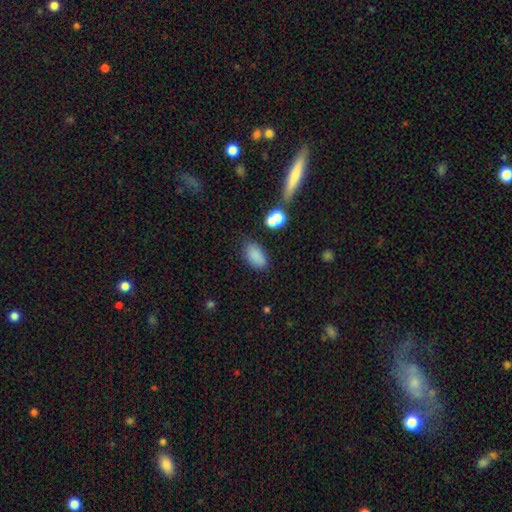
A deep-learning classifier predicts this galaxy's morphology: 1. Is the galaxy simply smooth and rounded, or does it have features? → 83% smooth, 11% star or artifact, 6% featured or disk.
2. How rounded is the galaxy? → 90% in between, 7% round, 3% cigar-shaped.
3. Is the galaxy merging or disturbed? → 75% none, 15% minor disturbance, 5% merger, 5% major disturbance.